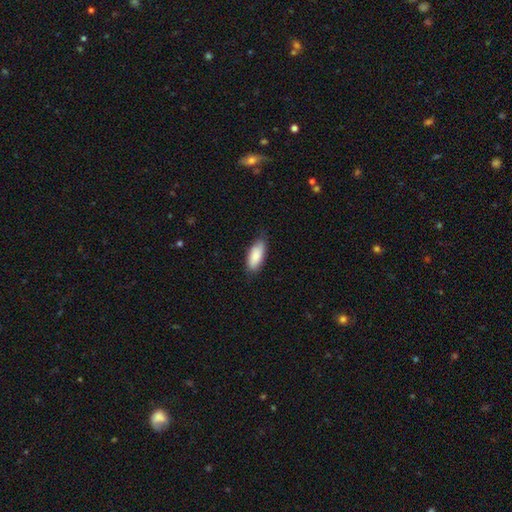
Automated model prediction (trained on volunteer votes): Smooth or featured? smooth (86%)
How rounded? in between (82%)
Merging? none (77%)